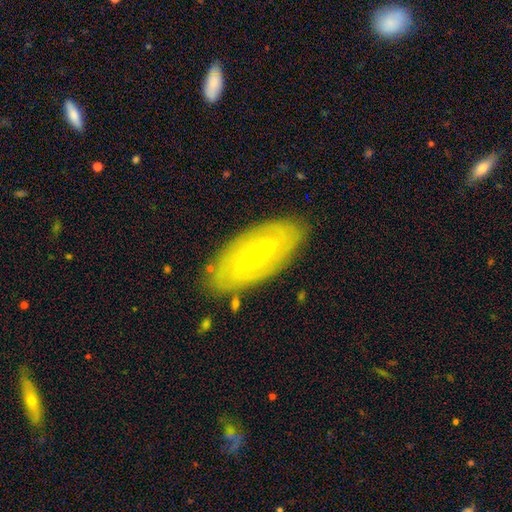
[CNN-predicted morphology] smooth_or_featured: featured or disk (p=0.74) [alt: smooth p=0.20]
disk_edge_on: no (p=0.88) [alt: yes p=0.12]
bar: weak (p=0.41) [alt: no p=0.33]
has_spiral_arms: yes (p=0.72) [alt: no p=0.28]
bulge_size: small (p=0.76) [alt: moderate p=0.21]
merging: none (p=0.84) [alt: minor disturbance p=0.12]